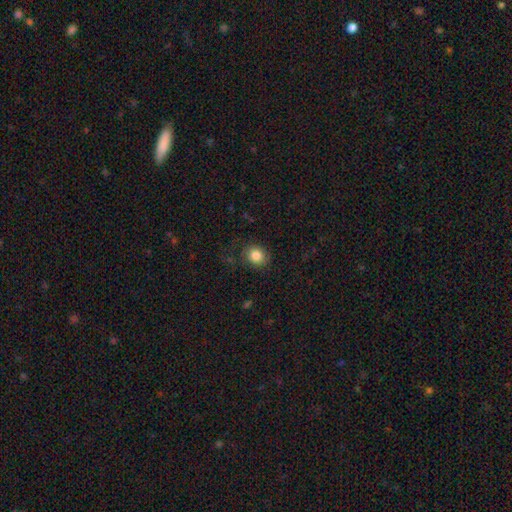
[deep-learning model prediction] The model was most divided on "how rounded": round: 73%, in between: 27%, cigar-shaped: 1%. More confident: smooth or featured — smooth (84%); merging — none (80%).